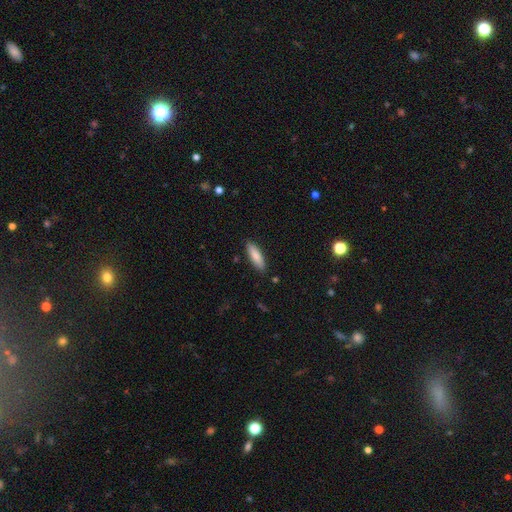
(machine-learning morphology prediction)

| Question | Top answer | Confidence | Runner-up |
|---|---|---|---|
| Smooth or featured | smooth | 85% | featured or disk (9%) |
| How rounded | cigar-shaped | 54% | in between (45%) |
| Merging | none | 87% | minor disturbance (9%) |